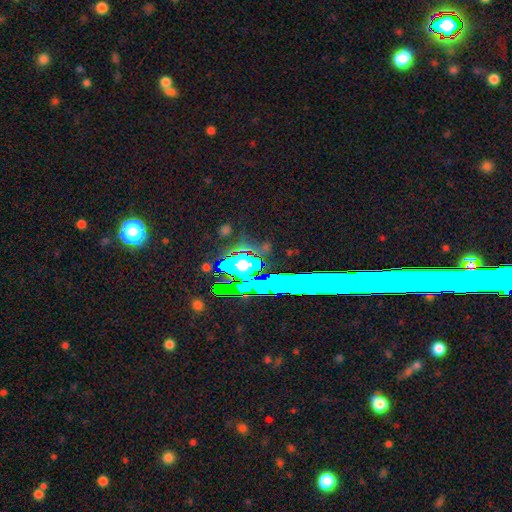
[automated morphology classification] A star or artifact, not a galaxy (76%).

Vote fractions:
- Smooth or featured? star or artifact: 76% / featured or disk: 13% / smooth: 11%